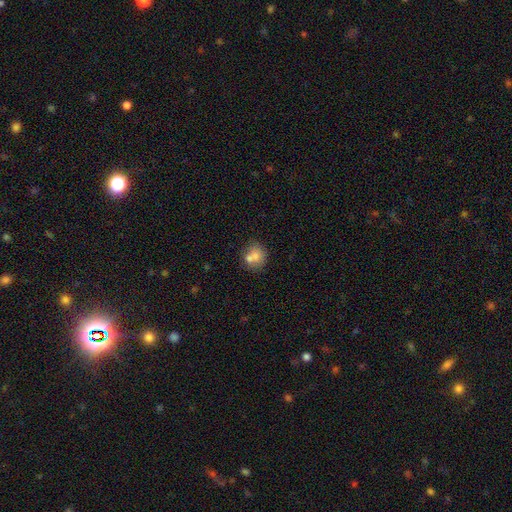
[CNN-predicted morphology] The model was most divided on "merging": none: 49%, merger: 34%, minor disturbance: 13%, major disturbance: 5%. More confident: how rounded — round (76%); smooth or featured — smooth (73%).